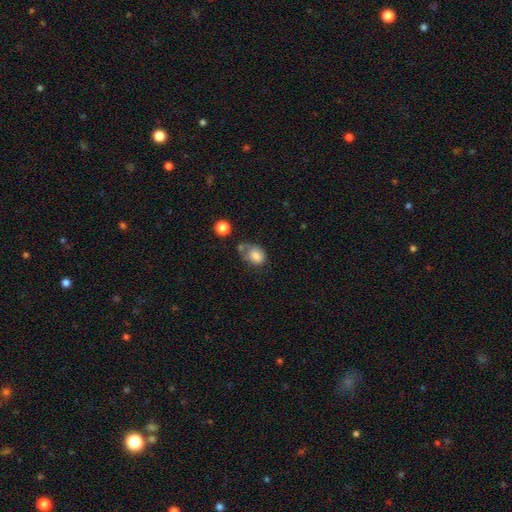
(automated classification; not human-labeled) The model was most divided on "merging": none: 32%, minor disturbance: 31%, major disturbance: 19%, merger: 18%. More confident: smooth or featured — smooth (77%); how rounded — in between (69%).